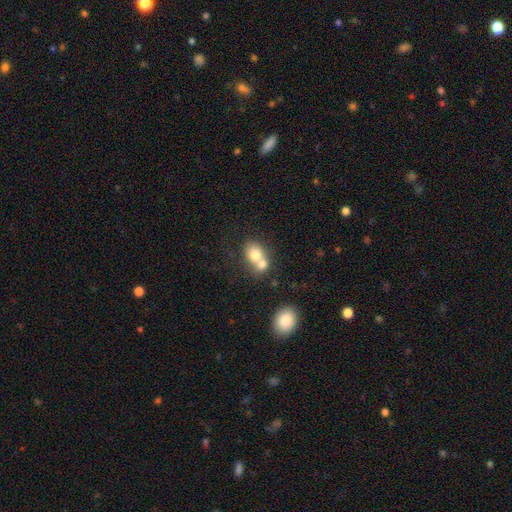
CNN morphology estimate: This appears to be a smooth galaxy with no disk features (73%) that is round (55%). Merging: merger (65%).